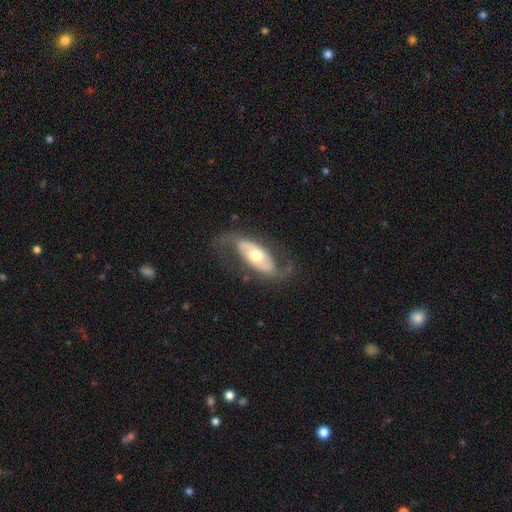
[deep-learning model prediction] Smooth or featured: featured or disk — 78% (smooth — 17%)
Edge-on disk: no — 90% (yes — 10%)
Bar: no — 61% (weak — 24%)
Spiral arms: yes — 85% (no — 15%)
Spiral winding: loose — 53% (medium — 35%)
Spiral arm count: 2 — 90% (can't tell — 5%)
Bulge size: moderate — 69% (large — 14%)
Merging: none — 68% (minor disturbance — 17%)